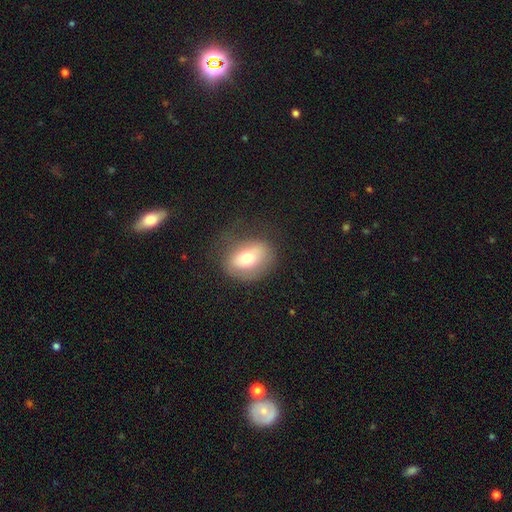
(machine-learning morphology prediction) This is possibly a smooth galaxy (50%). Merging: likely none (79%).